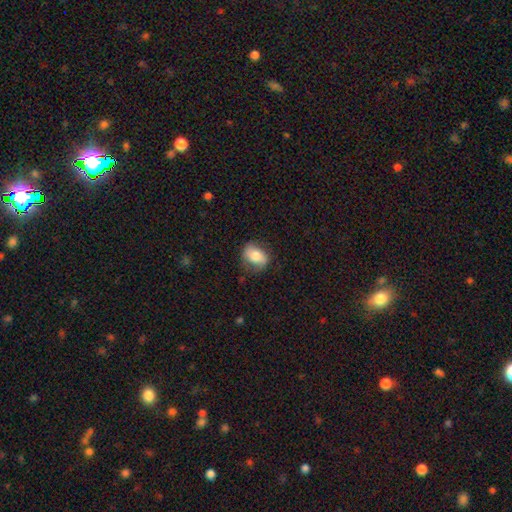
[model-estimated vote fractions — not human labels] Smooth or featured: smooth — 72% (featured or disk — 20%)
How rounded: in between — 65% (round — 33%)
Merging: none — 73% (minor disturbance — 20%)